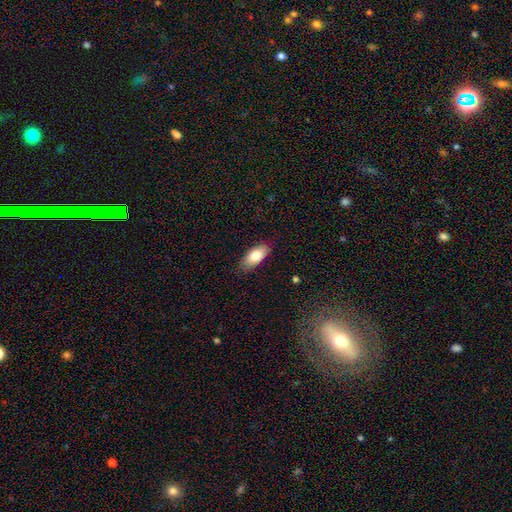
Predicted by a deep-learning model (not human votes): The model was most divided on "smooth or featured": smooth: 80%, featured or disk: 13%, star or artifact: 7%. More confident: how rounded — in between (88%); merging — none (82%).